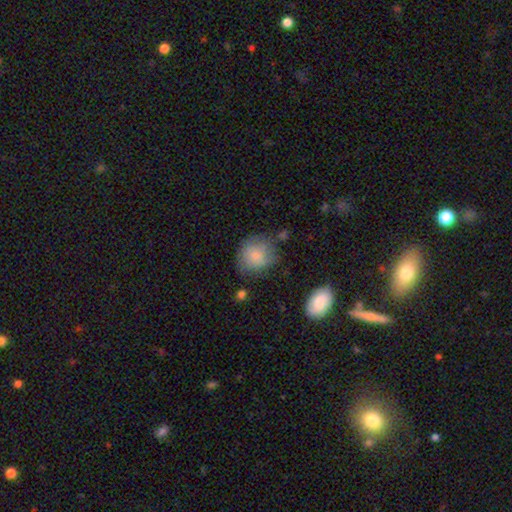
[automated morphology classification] A smooth galaxy with no disk features (79%) that is round (81%). Merging: none (63%).